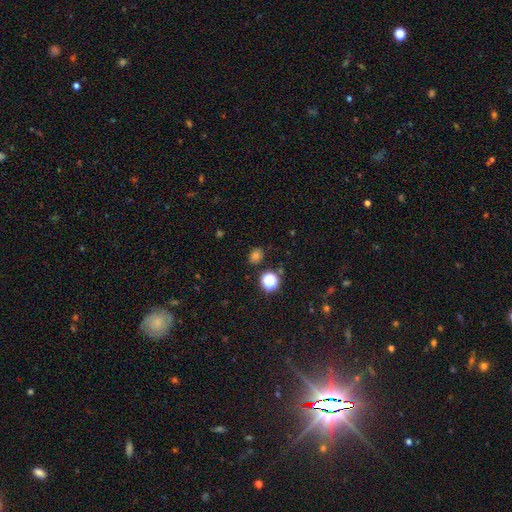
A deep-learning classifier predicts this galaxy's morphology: This is likely a smooth galaxy (65%). How rounded: likely round (60%). Merging: clearly none (84%).